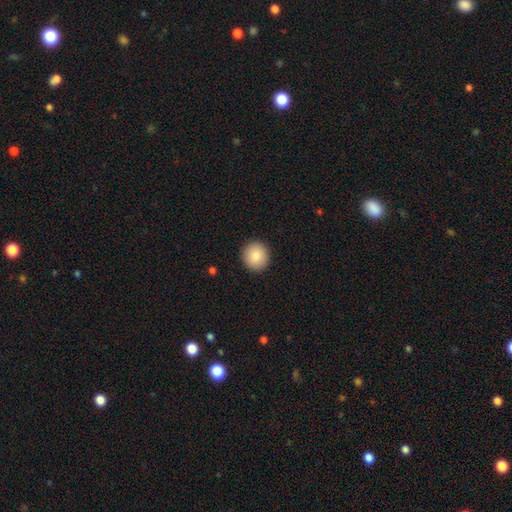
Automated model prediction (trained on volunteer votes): smooth_or_featured: smooth (p=0.85) [alt: star or artifact p=0.08]
how_rounded: round (p=0.91) [alt: in between p=0.08]
merging: none (p=0.92) [alt: minor disturbance p=0.05]